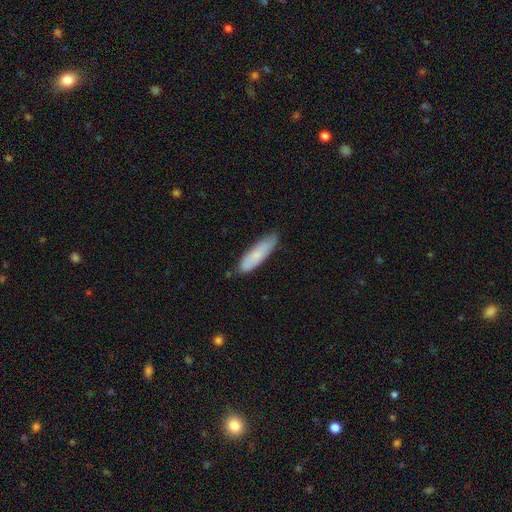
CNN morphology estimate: A smooth galaxy with no disk features (76%) that is cigar-shaped (63%). Merging: none (75%).